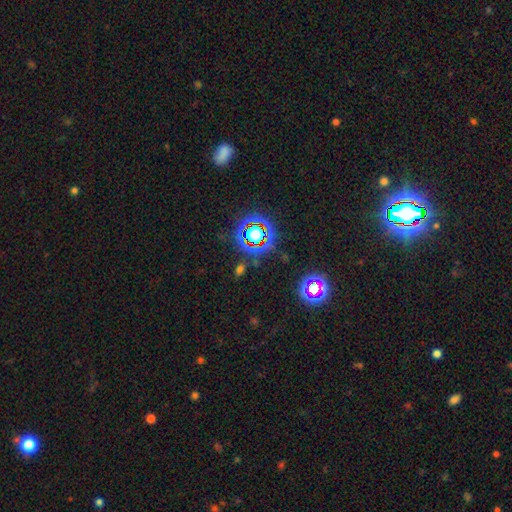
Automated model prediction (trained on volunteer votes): smooth-or-featured: star or artifact: 78% | smooth: 14% | featured or disk: 8%